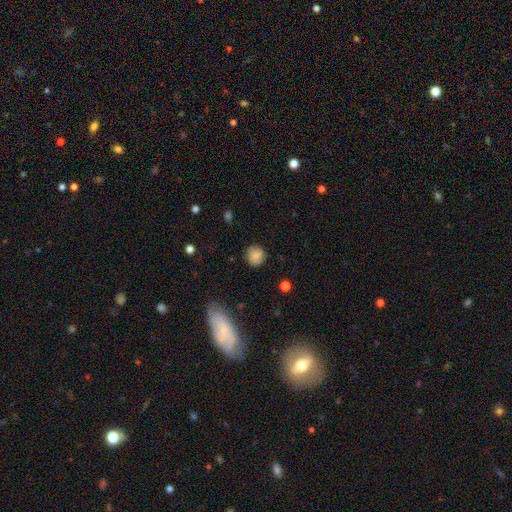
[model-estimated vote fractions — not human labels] The model was most divided on "merging": none: 80%, minor disturbance: 14%, major disturbance: 4%, merger: 2%. More confident: how rounded — round (85%); smooth or featured — smooth (82%).